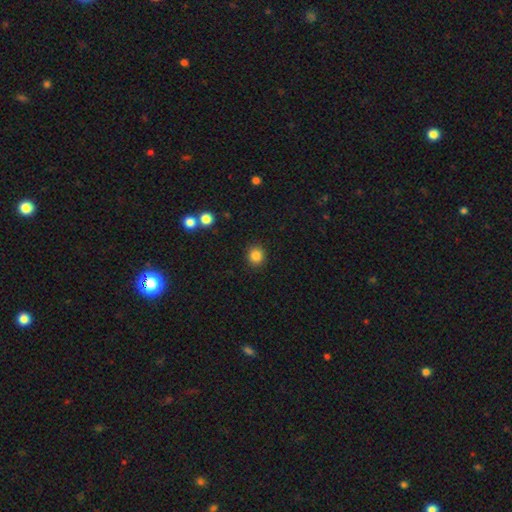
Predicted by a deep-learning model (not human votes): smooth-or-featured: smooth: 85% | star or artifact: 11% | featured or disk: 4%
  how-rounded: round: 87% | in between: 12% | cigar-shaped: 1%
  merging: none: 90% | minor disturbance: 6% | major disturbance: 2% | merger: 2%